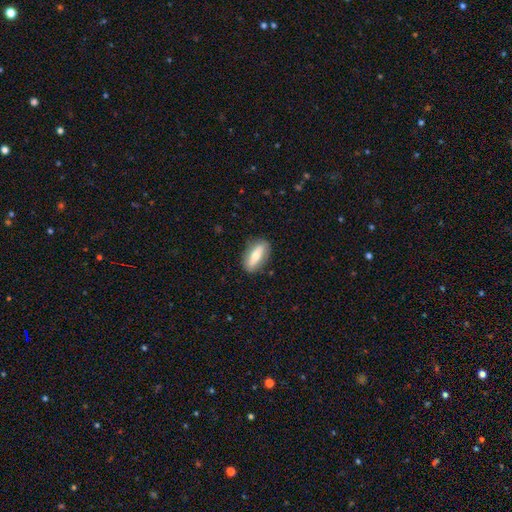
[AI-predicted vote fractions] Smooth or featured? Predicted: smooth (p=0.60). How rounded? Predicted: in between (p=0.78). Merging? Predicted: none (p=0.83).